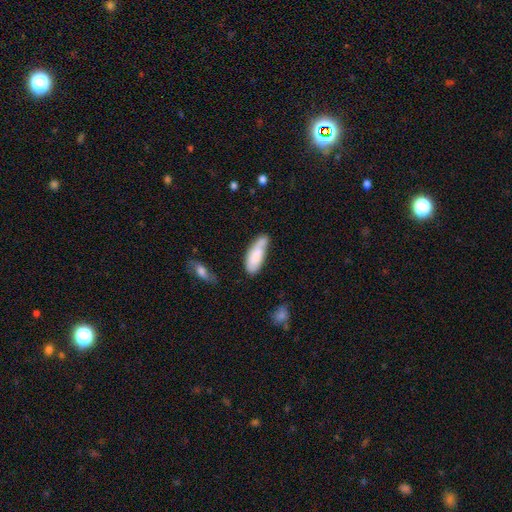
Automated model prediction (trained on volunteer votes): Overall: smooth (78%). How rounded: in between (69%). Merging: none (48%; minor disturbance 28%).